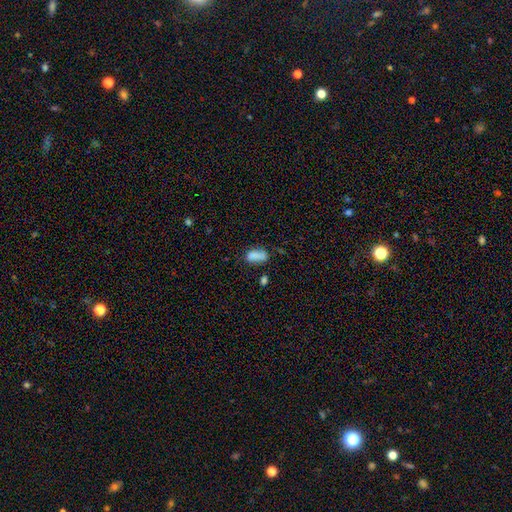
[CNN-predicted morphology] Overall: smooth (79%). How rounded: in between (83%). Merging: none (53%; minor disturbance 23%).